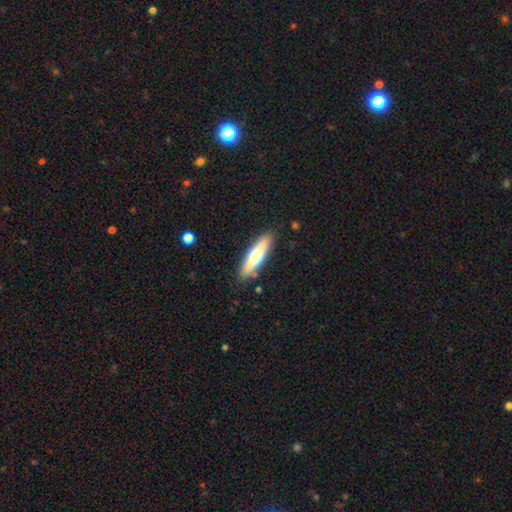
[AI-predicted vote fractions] smooth-or-featured: smooth: 57% | featured or disk: 38% | star or artifact: 5%
  how-rounded: cigar-shaped: 73% | in between: 25% | round: 2%
  merging: none: 87% | minor disturbance: 9% | major disturbance: 2% | merger: 2%